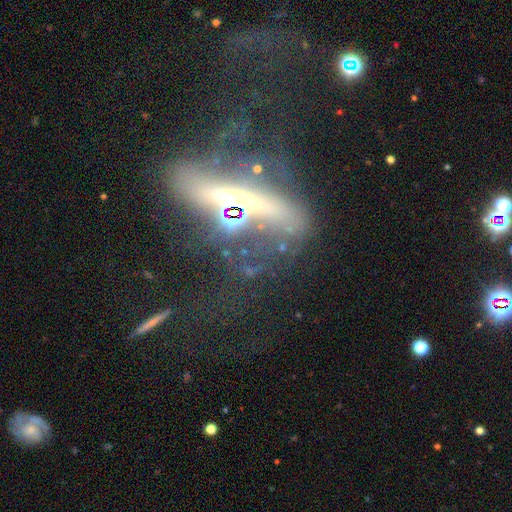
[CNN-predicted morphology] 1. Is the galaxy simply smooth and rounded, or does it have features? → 72% featured or disk, 16% smooth, 12% star or artifact.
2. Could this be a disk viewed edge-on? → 61% yes, 39% no.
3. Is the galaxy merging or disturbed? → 41% major disturbance, 31% none, 16% minor disturbance, 12% merger.